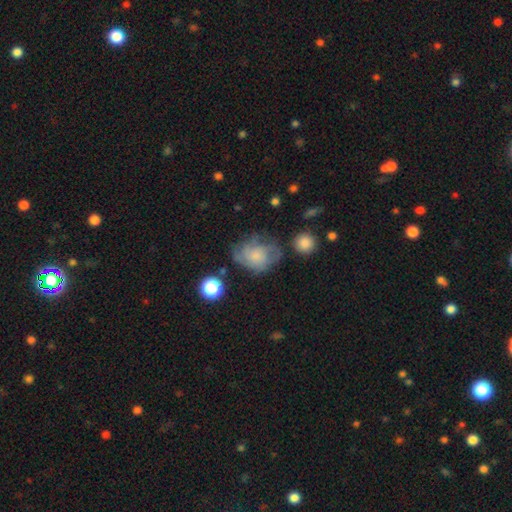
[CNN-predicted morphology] type=smooth (47%); merging=none (47%).